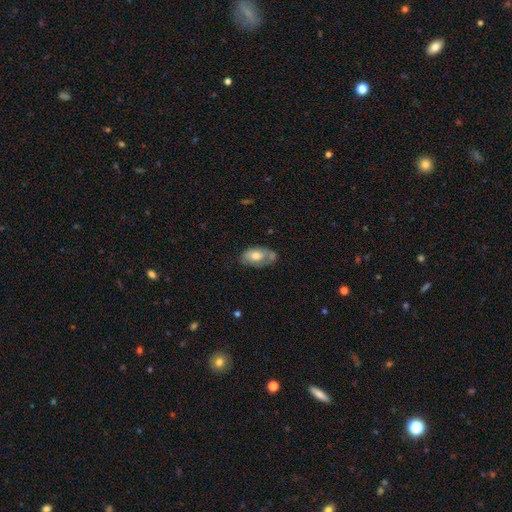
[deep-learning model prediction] smooth 62%, featured or disk 32%, star or artifact 7%. Down the decision tree: how rounded — in between (92%); merging — none (44%).